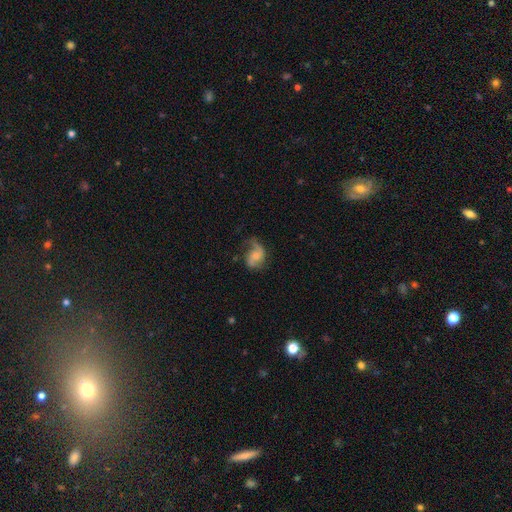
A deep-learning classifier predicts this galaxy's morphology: The model was most divided on "bulge size": small: 43%, moderate: 37%, none: 14%, large: 5%, dominant: 1%. Remaining: edge-on disk — no (97%); spiral arms — yes (91%); spiral arm count — 2 (74%); smooth or featured — featured or disk (69%); bar — no (60%); spiral winding — loose (53%); merging — none (49%).